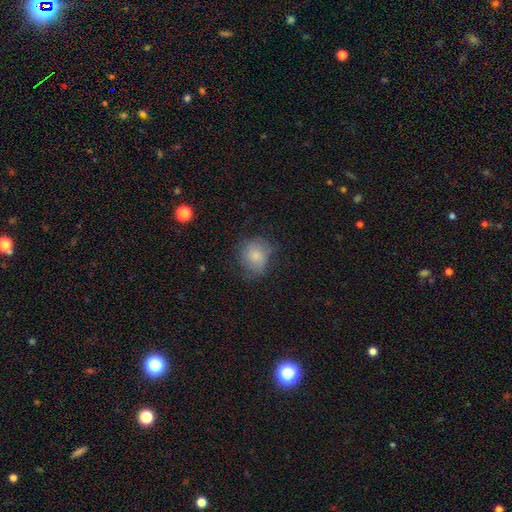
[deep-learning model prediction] Morphology: type=smooth (73%); roundness=round (74%); merging=none (56%).